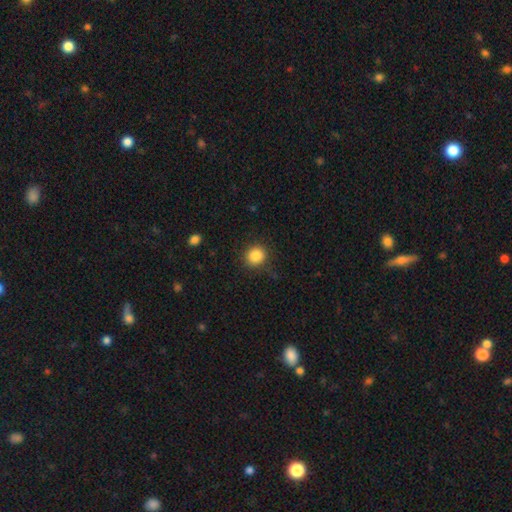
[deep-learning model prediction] A smooth galaxy with no disk features (86%) that is round (87%).

Vote fractions:
- Smooth or featured? smooth: 86% / star or artifact: 10% / featured or disk: 4%
- How rounded? round: 87% / in between: 12% / cigar-shaped: 1%
- Merging? none: 87% / minor disturbance: 9% / major disturbance: 3% / merger: 1%